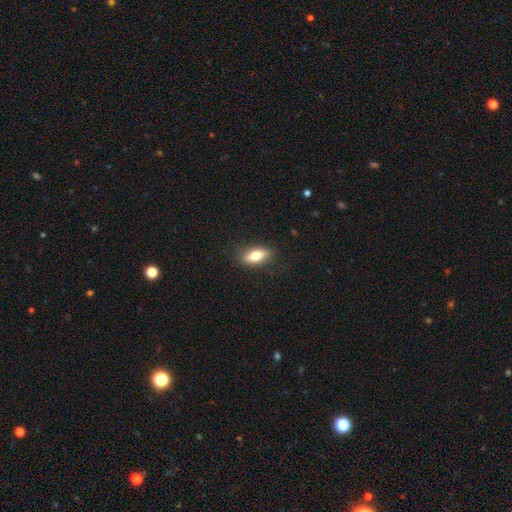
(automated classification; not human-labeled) Smooth or featured: smooth — 70% (featured or disk — 23%)
How rounded: in between — 74% (cigar-shaped — 22%)
Merging: none — 85% (minor disturbance — 11%)